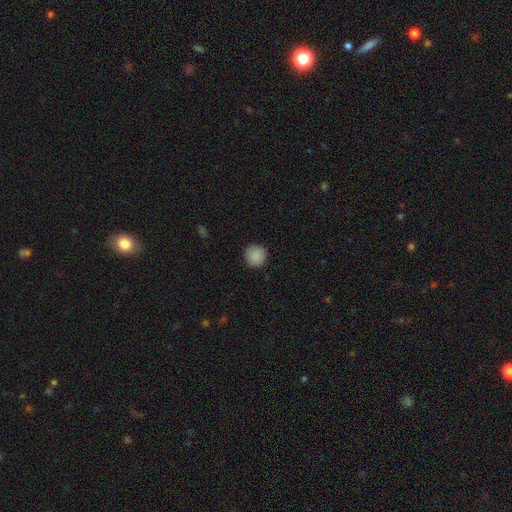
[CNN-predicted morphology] Overall: smooth (89%). How rounded: round (94%). Merging: none (90%).